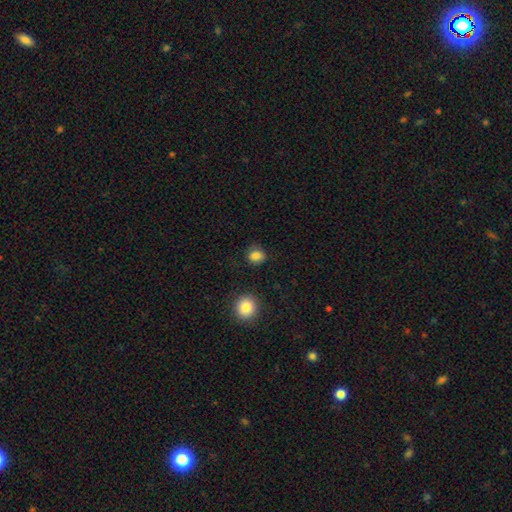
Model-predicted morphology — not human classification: This appears to be a smooth galaxy with no disk features (85%) that is round (74%). Merging: none (82%).